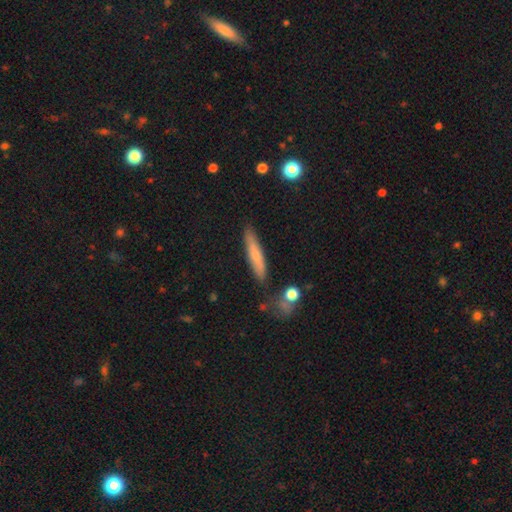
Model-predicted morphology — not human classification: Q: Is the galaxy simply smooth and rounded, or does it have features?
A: smooth — 63%.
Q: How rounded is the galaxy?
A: cigar-shaped — 89%.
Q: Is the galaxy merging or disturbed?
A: none — 80%.